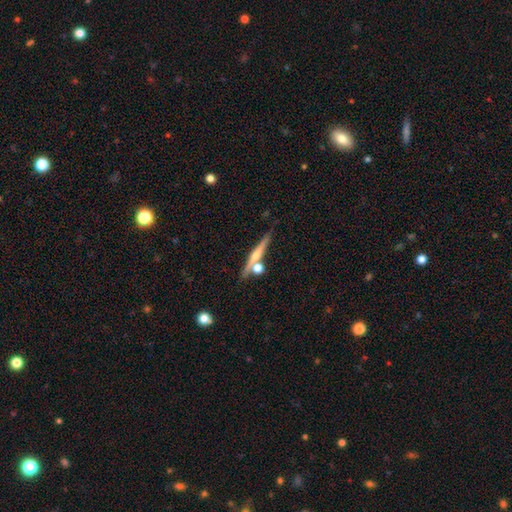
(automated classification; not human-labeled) Smooth or featured? Predicted: featured or disk (p=0.62). Edge-on disk? Predicted: yes (p=0.94). Edge-on bulge? Predicted: rounded (p=0.68). Merging? Predicted: none (p=0.72).